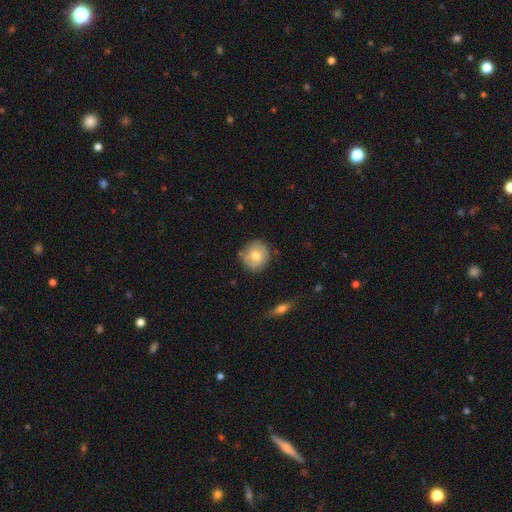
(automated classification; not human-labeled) A smooth galaxy with no disk features (68%) that is round (89%). Merging: none (79%).